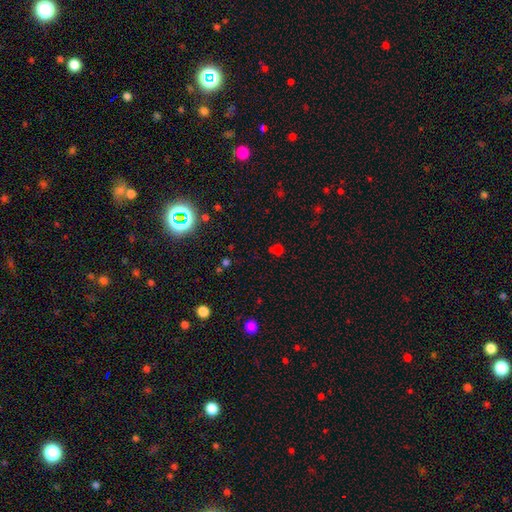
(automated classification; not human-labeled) A smooth galaxy with no disk features (50%) that is round (82%). Merging: none (74%).